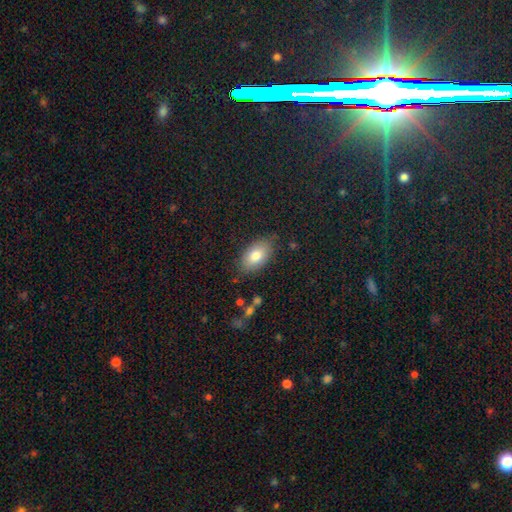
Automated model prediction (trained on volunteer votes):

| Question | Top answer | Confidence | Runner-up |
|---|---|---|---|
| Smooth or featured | smooth | 79% | featured or disk (13%) |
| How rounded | in between | 92% | round (6%) |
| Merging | none | 79% | minor disturbance (16%) |